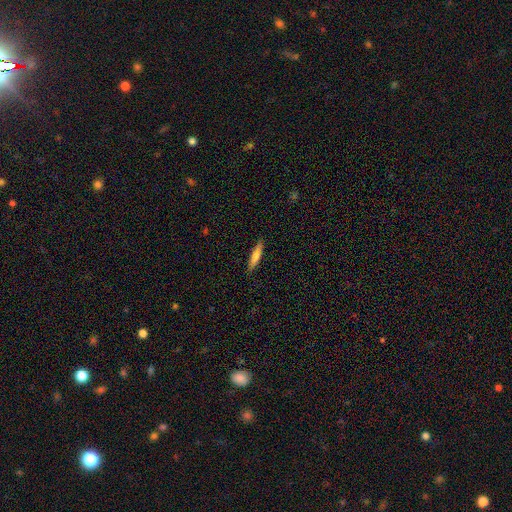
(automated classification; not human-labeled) Smooth or featured? Predicted: smooth (p=0.64). How rounded? Predicted: cigar-shaped (p=0.85). Merging? Predicted: none (p=0.89).